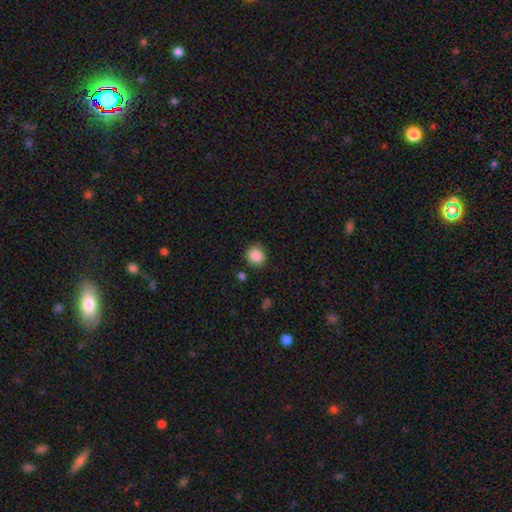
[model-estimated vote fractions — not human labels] Smooth or featured? Predicted: smooth (p=0.88). How rounded? Predicted: round (p=0.84). Merging? Predicted: none (p=0.81).